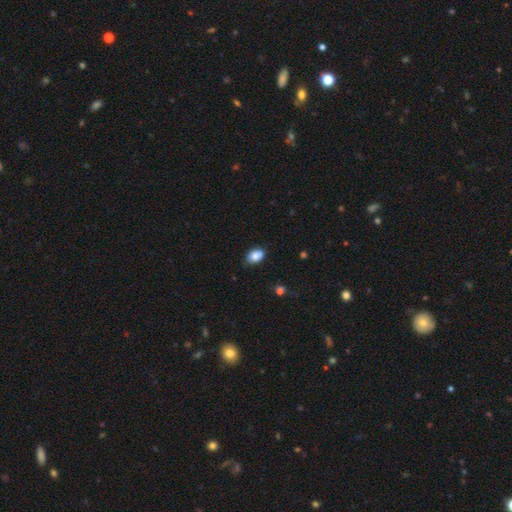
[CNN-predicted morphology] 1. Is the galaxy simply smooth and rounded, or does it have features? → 83% smooth, 9% star or artifact, 9% featured or disk.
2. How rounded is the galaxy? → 82% in between, 17% round, 1% cigar-shaped.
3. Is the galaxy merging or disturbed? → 69% none, 22% minor disturbance, 5% merger, 4% major disturbance.